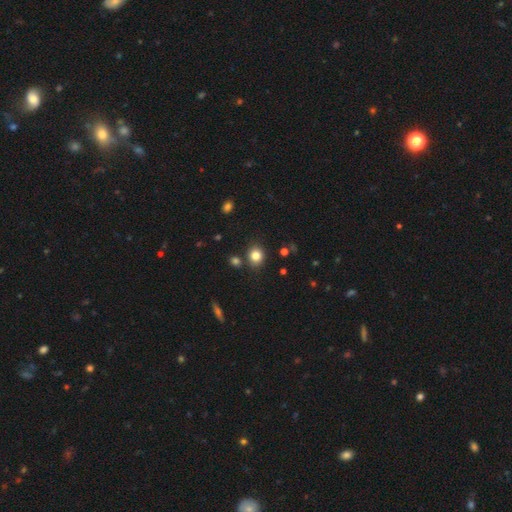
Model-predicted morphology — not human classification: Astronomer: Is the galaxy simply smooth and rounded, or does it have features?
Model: smooth — 82%.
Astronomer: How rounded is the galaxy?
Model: round — 73%.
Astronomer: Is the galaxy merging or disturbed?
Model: none — 82%.